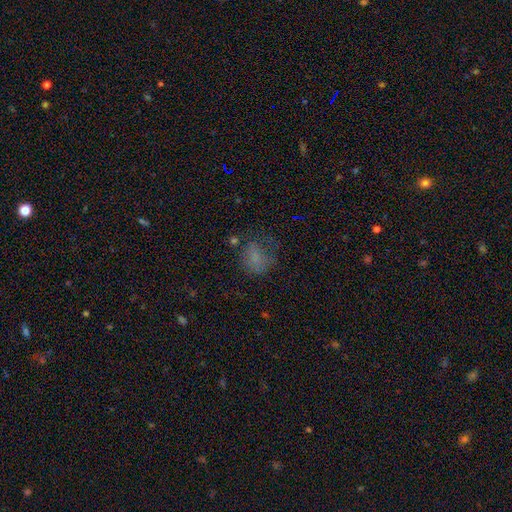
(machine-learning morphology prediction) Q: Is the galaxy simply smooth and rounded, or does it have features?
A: smooth — 61%.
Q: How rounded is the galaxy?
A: in between — 52%.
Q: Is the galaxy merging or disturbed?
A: none — 48%.